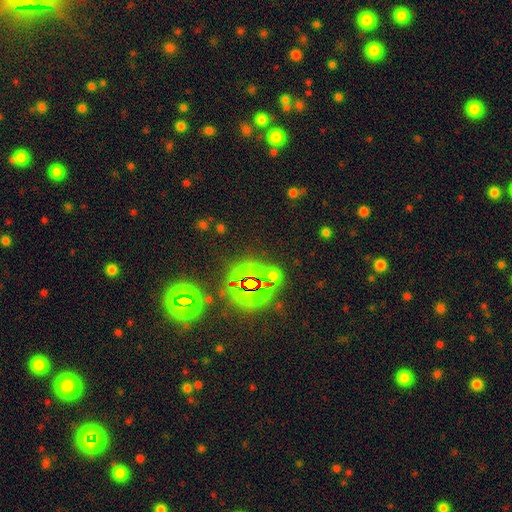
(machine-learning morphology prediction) A star or artifact, not a galaxy (77%).